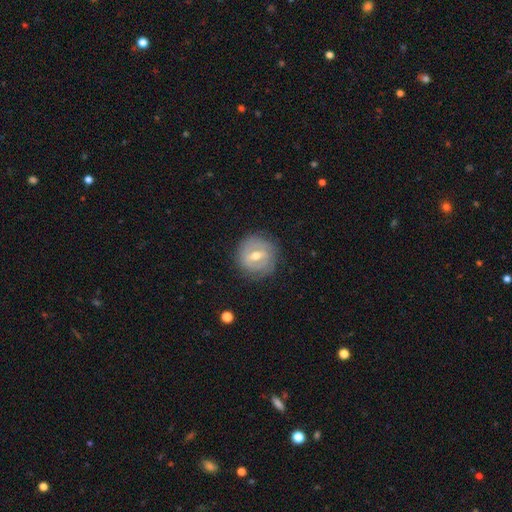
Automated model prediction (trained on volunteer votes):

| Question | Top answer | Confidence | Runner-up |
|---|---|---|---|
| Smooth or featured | featured or disk | 66% | smooth (27%) |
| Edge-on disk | no | 95% | yes (5%) |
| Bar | weak | 52% | strong (32%) |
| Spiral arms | yes | 58% | no (42%) |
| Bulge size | moderate | 74% | small (19%) |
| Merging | none | 79% | minor disturbance (14%) |